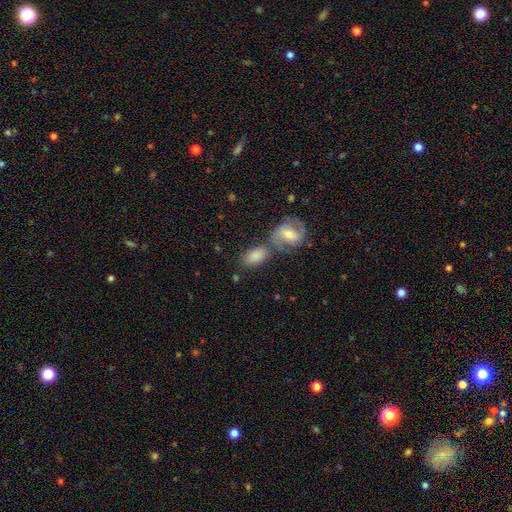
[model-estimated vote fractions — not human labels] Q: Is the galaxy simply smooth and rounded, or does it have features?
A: smooth — 81%.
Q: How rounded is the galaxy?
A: in between — 91%.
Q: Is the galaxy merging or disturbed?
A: none — 47%.